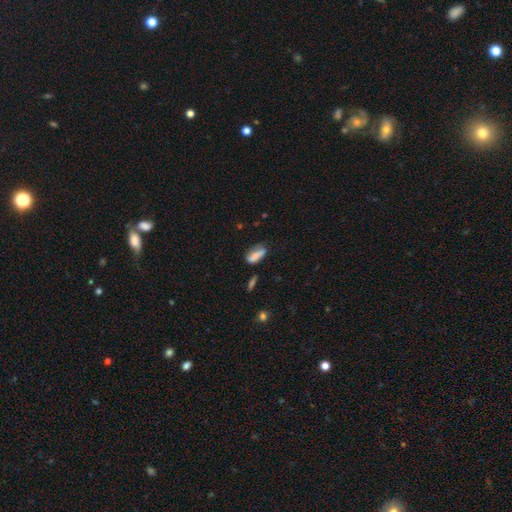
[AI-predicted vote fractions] smooth_or_featured: smooth (p=0.72) [alt: featured or disk p=0.19]
how_rounded: in between (p=0.70) [alt: cigar-shaped p=0.26]
merging: none (p=0.55) [alt: minor disturbance p=0.27]